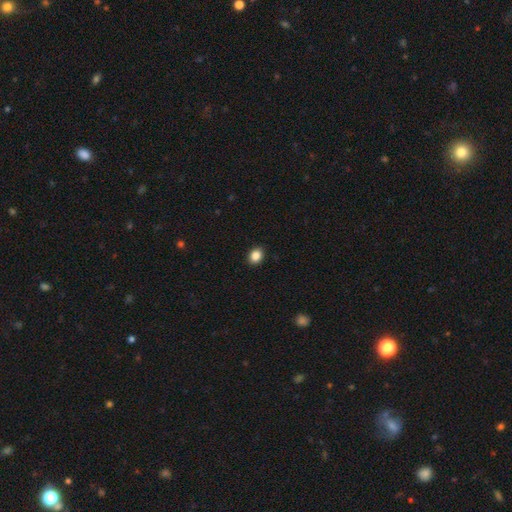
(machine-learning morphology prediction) Smooth or featured: smooth — 87% (star or artifact — 9%)
How rounded: round — 50% (in between — 49%)
Merging: none — 91% (minor disturbance — 6%)